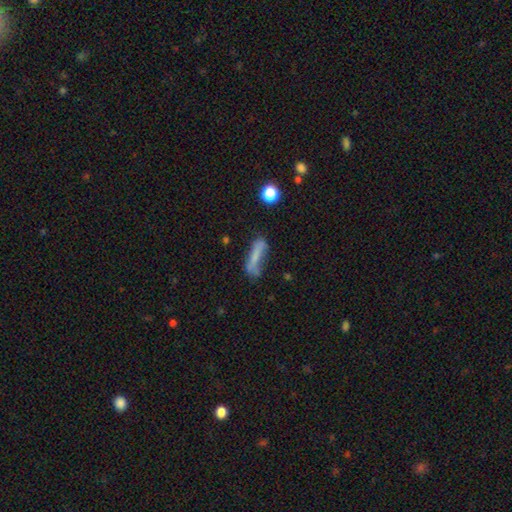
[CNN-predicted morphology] Smooth or featured: smooth — 63% (featured or disk — 26%)
How rounded: cigar-shaped — 70% (in between — 27%)
Merging: none — 47% (minor disturbance — 27%)